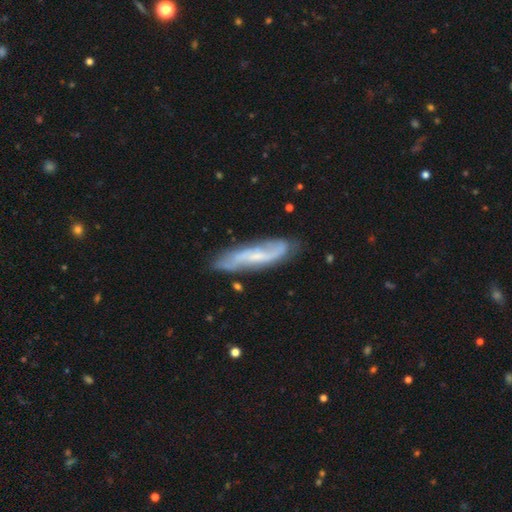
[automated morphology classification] featured or disk 74%, smooth 19%, star or artifact 6%. Down the decision tree: edge-on disk — no (79%); bar — weak (44%); spiral arms — yes (92%); spiral arm count — 2 (78%); spiral winding — loose (45%); bulge size — small (60%); merging — none (76%).